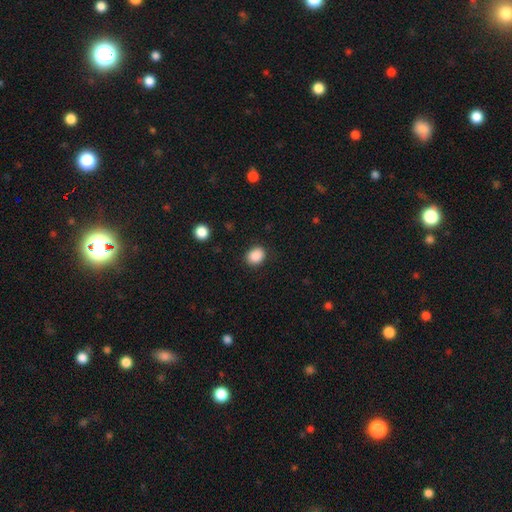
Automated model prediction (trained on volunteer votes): The model was most divided on "how rounded": round: 52%, in between: 48%, cigar-shaped: 1%. More confident: smooth or featured — smooth (89%); merging — none (87%).